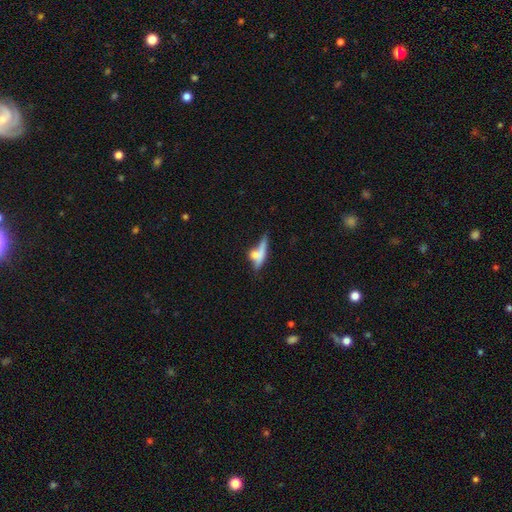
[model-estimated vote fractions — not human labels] This is marginally a featured or disk galaxy (44%, tied with smooth). Merging: marginally none (37%).